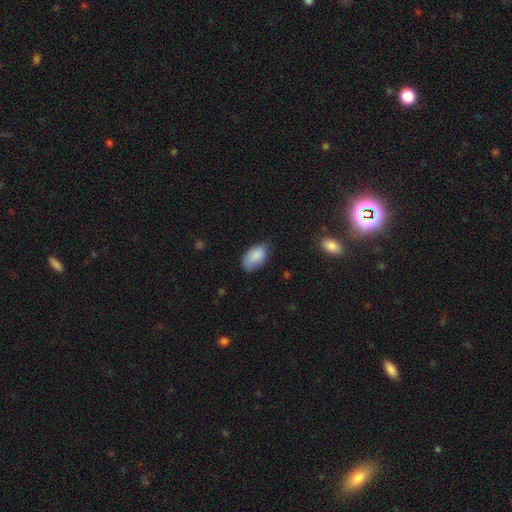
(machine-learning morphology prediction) smooth-or-featured: smooth: 87% | star or artifact: 7% | featured or disk: 7%
  how-rounded: in between: 93% | round: 5% | cigar-shaped: 2%
  merging: none: 64% | minor disturbance: 29% | major disturbance: 6% | merger: 1%